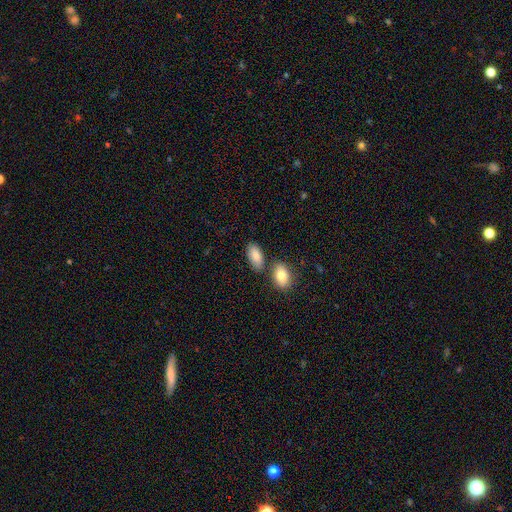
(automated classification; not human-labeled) Smooth or featured? Predicted: smooth (p=0.86). How rounded? Predicted: in between (p=0.93). Merging? Predicted: none (p=0.69).